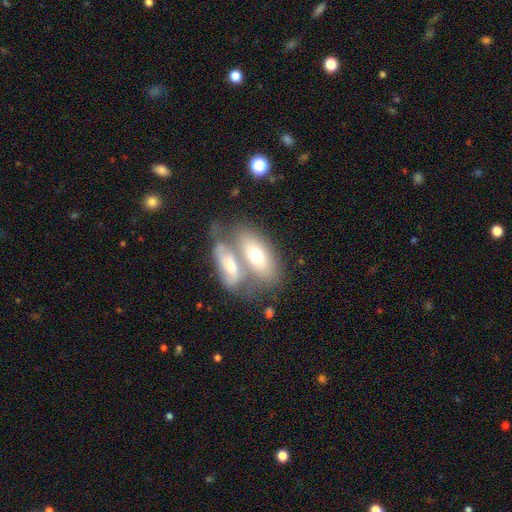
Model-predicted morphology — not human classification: Smooth or featured? smooth (61%)
How rounded? in between (82%)
Merging? merger (57%)